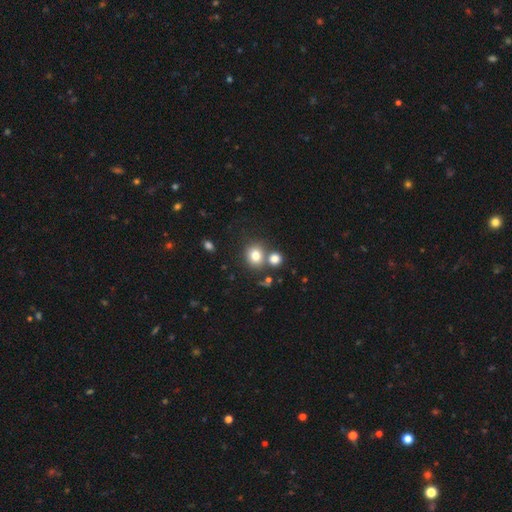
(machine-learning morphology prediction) smooth_or_featured: smooth (p=0.79) [alt: star or artifact p=0.12]
how_rounded: round (p=0.74) [alt: in between p=0.25]
merging: none (p=0.62) [alt: merger p=0.24]